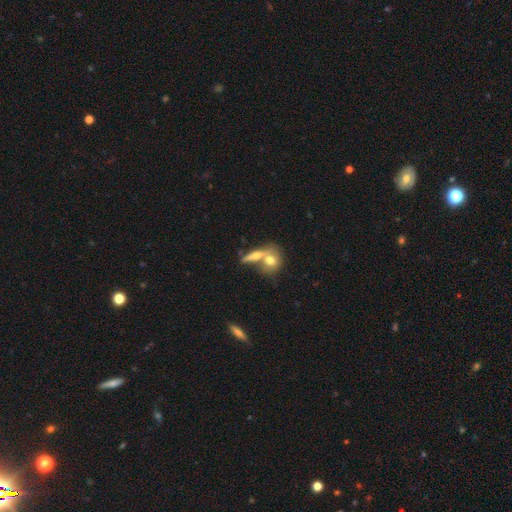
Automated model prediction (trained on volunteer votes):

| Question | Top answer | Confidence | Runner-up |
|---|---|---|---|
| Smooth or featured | smooth | 49% | featured or disk (42%) |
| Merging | merger | 45% | none (43%) |